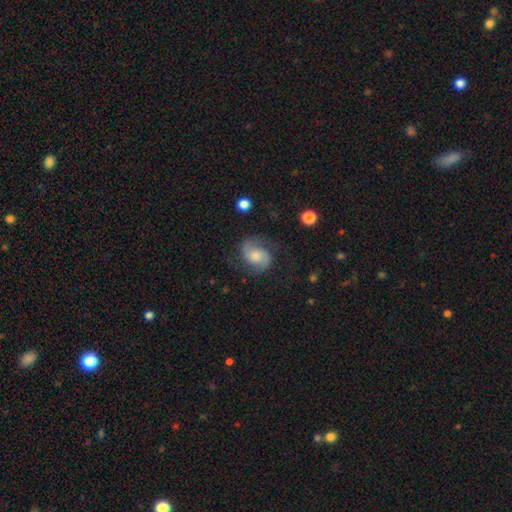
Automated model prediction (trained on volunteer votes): This appears to be a featured or disk galaxy (80%) with no bar (65%), 2 (90%) medium (52%) spiral arms (96%) and a moderate central bulge (48%). Merging: none (76%).